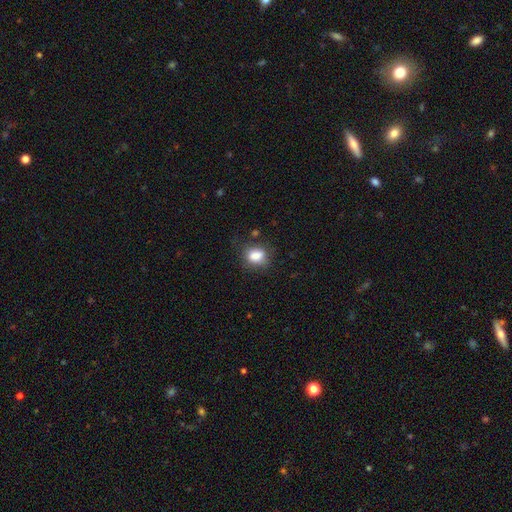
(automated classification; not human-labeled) Smooth or featured? smooth (84%)
How rounded? in between (60%)
Merging? none (67%)